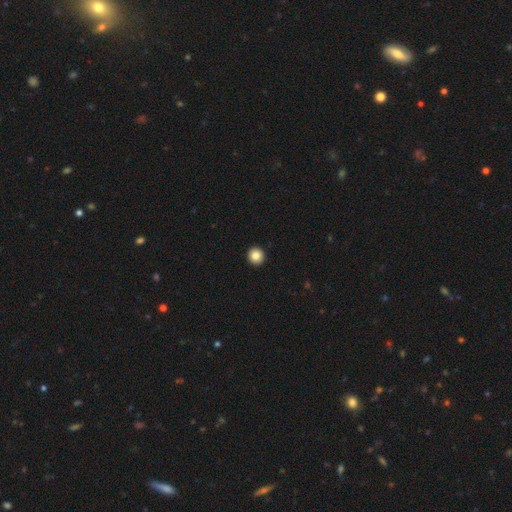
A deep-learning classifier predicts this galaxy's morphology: smooth-or-featured: smooth: 84% | star or artifact: 9% | featured or disk: 6%
  how-rounded: round: 95% | in between: 4% | cigar-shaped: 1%
  merging: none: 94% | minor disturbance: 4% | major disturbance: 1% | merger: 1%